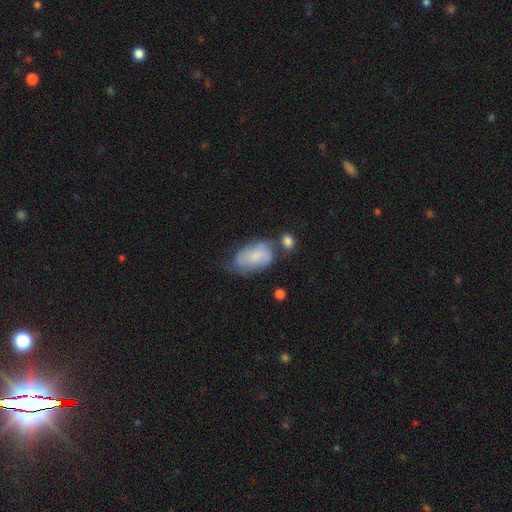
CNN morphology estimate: This is likely a smooth galaxy (62%). How rounded: clearly in between (91%). Merging: marginally none (38%).